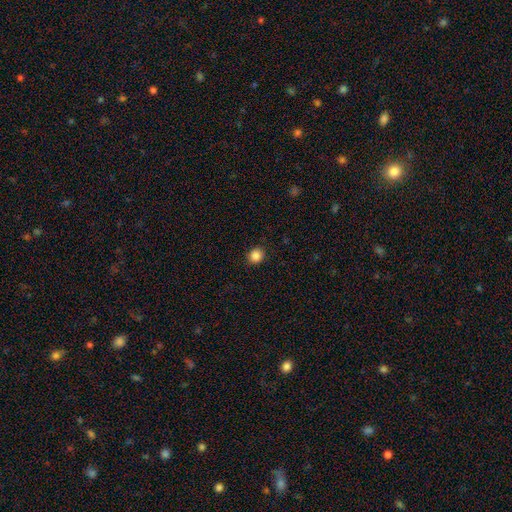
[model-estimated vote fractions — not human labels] This is clearly a smooth galaxy (86%). How rounded: clearly round (85%). Merging: clearly none (91%).